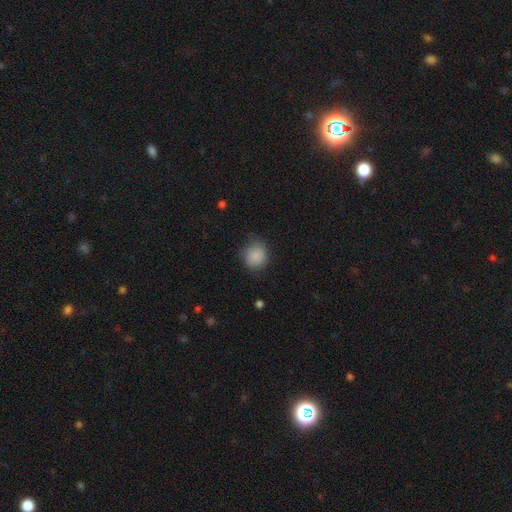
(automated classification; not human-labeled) This is clearly a smooth galaxy (87%). How rounded: likely round (79%). Merging: likely none (74%).